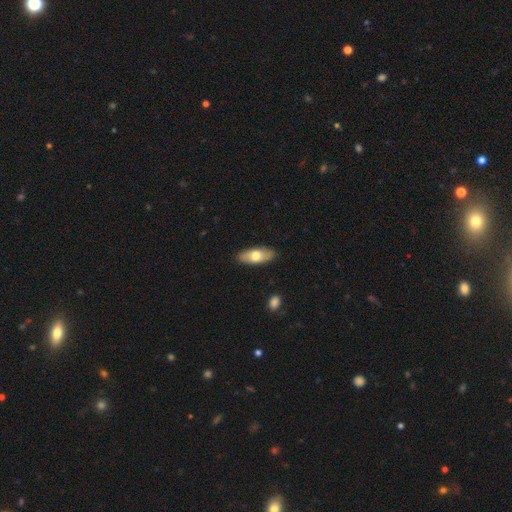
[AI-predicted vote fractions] A smooth galaxy with no disk features (68%) that is in between round and cigar-shaped (82%). Merging: none (88%).